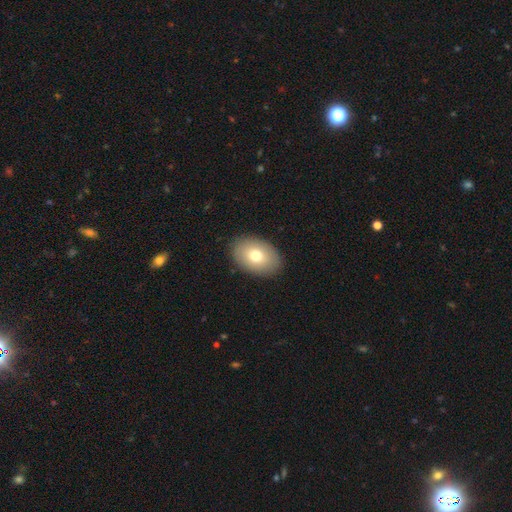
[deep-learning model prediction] smooth_or_featured: smooth (p=0.75) [alt: featured or disk p=0.17]
how_rounded: in between (p=0.85) [alt: round p=0.14]
merging: none (p=0.89) [alt: minor disturbance p=0.08]